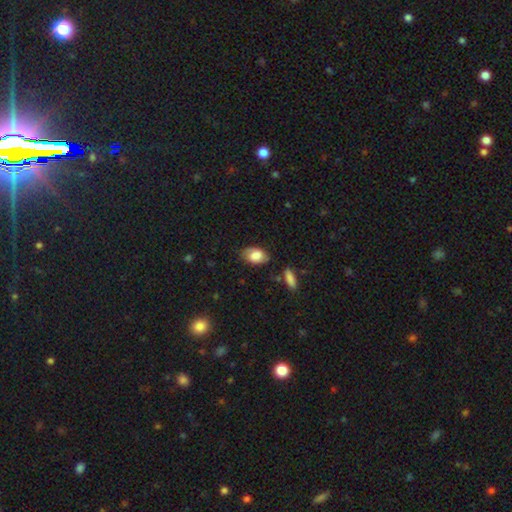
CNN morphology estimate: Overall: smooth (77%). How rounded: in between (91%). Merging: none (74%).